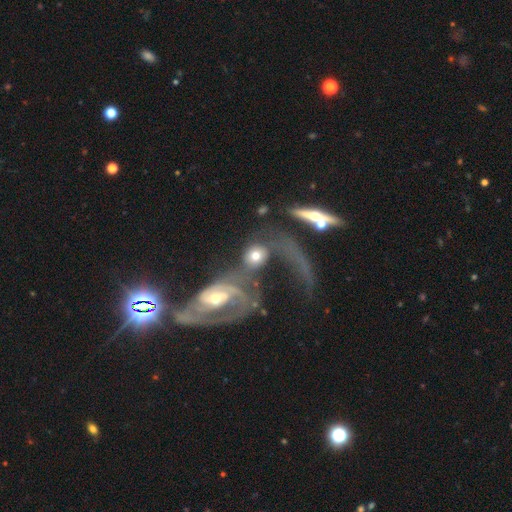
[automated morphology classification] Smooth or featured? smooth (51%)
How rounded? round (65%)
Merging? merger (50%)